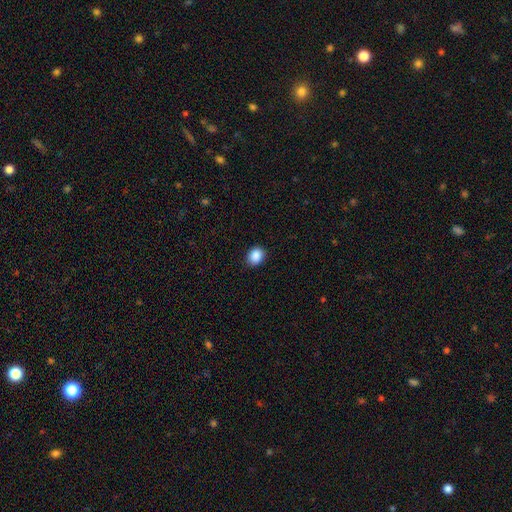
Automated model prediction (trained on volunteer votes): smooth-or-featured: smooth: 89% | star or artifact: 8% | featured or disk: 3%
  how-rounded: in between: 50% | round: 49% | cigar-shaped: 1%
  merging: none: 90% | minor disturbance: 8% | major disturbance: 2% | merger: 1%